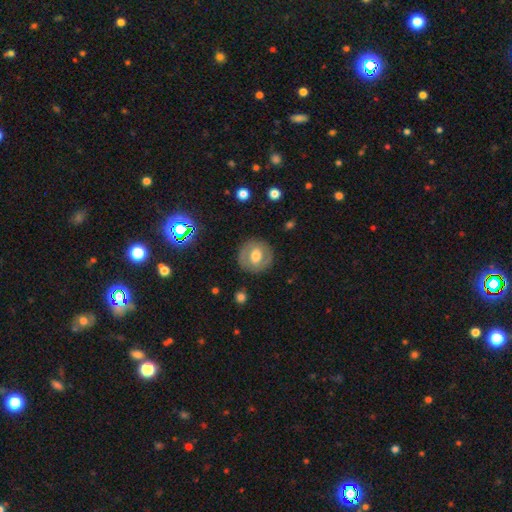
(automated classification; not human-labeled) Smooth or featured? smooth (48%)
Merging? none (85%)